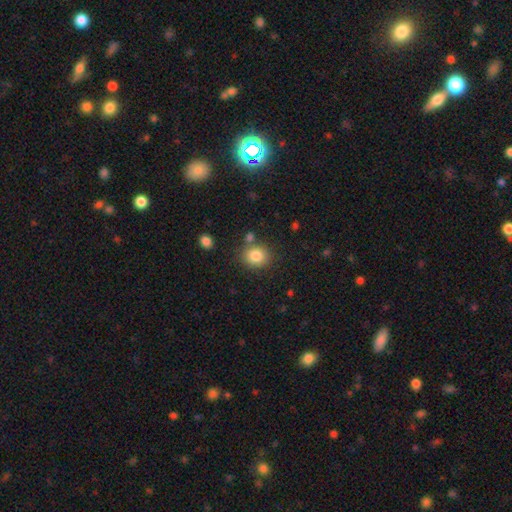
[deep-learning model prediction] A smooth galaxy with no disk features (83%) that is round (76%).

Vote fractions:
- Smooth or featured? smooth: 83% / star or artifact: 10% / featured or disk: 7%
- How rounded? round: 76% / in between: 23% / cigar-shaped: 1%
- Merging? none: 77% / minor disturbance: 11% / merger: 9% / major disturbance: 4%